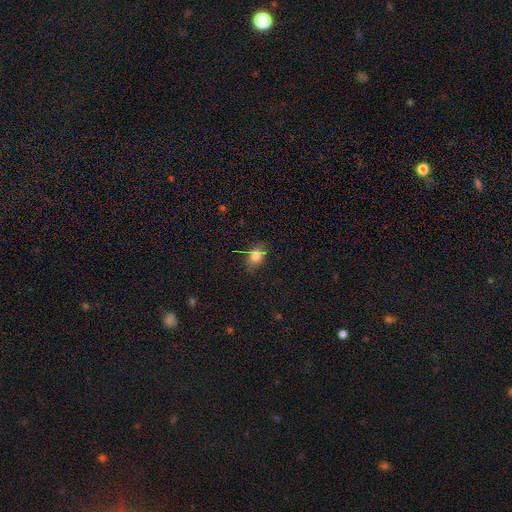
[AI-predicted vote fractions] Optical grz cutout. It shows a smooth galaxy with no disk features (78%) that is in between round and cigar-shaped (53%). Merging: none (70%).